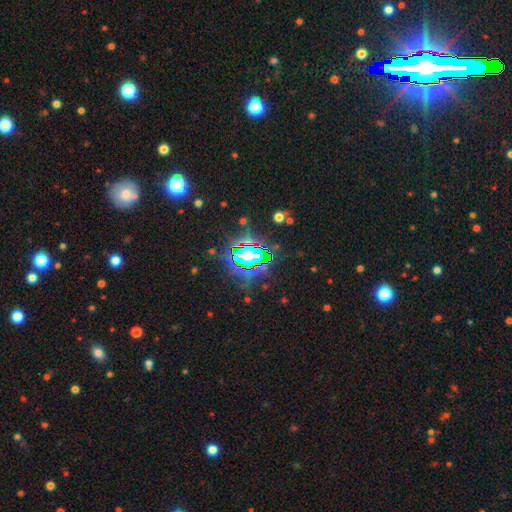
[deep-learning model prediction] Overall: star or artifact (80%).